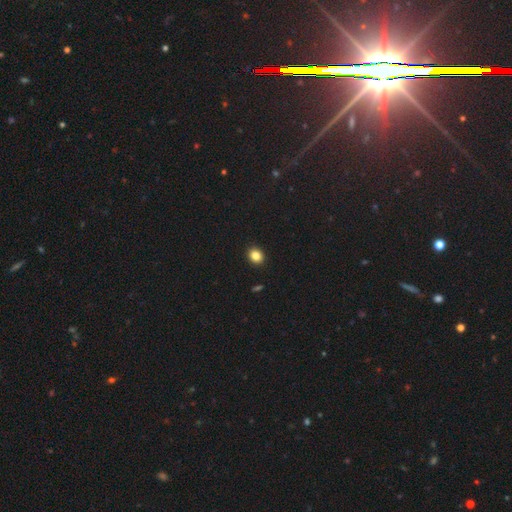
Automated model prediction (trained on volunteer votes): Morphology: type=smooth (85%); roundness=round (64%); merging=none (92%).